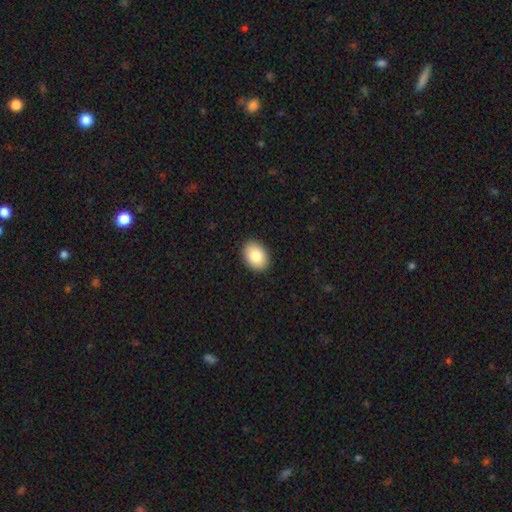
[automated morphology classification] smooth 84%, featured or disk 9%, star or artifact 7%. Down the decision tree: how rounded — in between (78%); merging — none (91%).